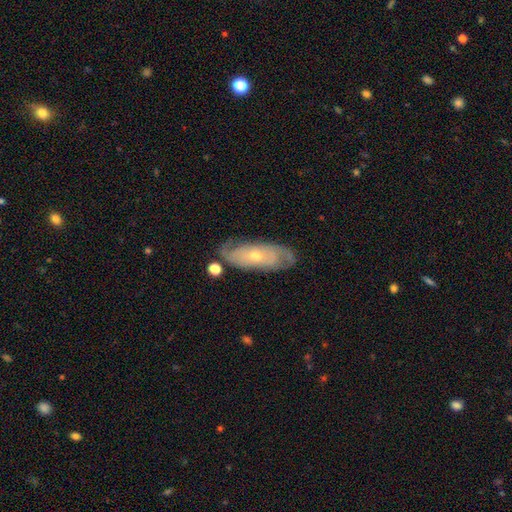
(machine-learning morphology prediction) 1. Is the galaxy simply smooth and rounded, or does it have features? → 74% featured or disk, 20% smooth, 6% star or artifact.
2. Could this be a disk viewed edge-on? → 88% no, 12% yes.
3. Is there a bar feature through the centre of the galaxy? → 78% no, 17% weak, 5% strong.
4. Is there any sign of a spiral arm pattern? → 84% yes, 16% no.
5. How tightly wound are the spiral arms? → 55% tight, 32% medium, 13% loose.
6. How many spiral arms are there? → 54% 2, 32% can't tell, 6% 3, 4% 1, 3% 4, 2% more than 4.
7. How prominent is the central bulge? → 61% small, 35% moderate, 1% large, 1% none, 1% dominant.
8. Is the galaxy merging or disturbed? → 71% none, 19% minor disturbance, 7% major disturbance, 3% merger.